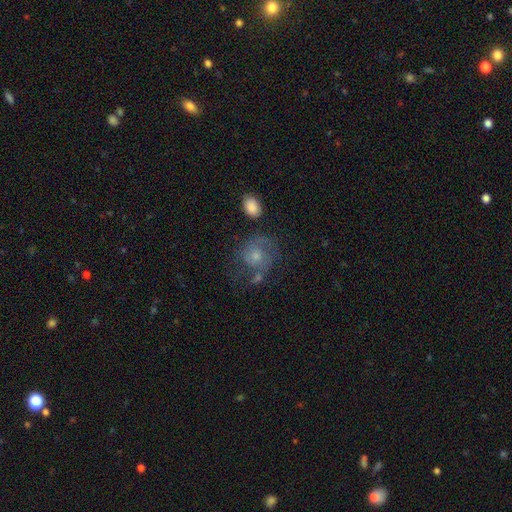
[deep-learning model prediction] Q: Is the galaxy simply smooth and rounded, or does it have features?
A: featured or disk — 53%.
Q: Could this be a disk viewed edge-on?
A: no — 97%.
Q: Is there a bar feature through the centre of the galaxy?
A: no — 77%.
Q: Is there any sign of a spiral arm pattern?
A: yes — 78%.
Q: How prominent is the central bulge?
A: moderate — 51%.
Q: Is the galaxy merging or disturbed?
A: none — 47%.